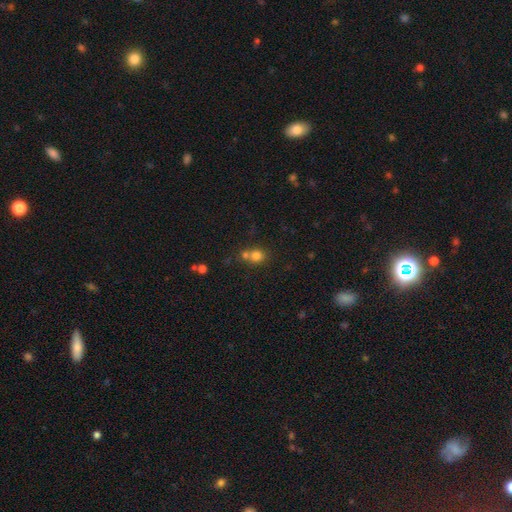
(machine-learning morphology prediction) Overall: smooth (77%). How rounded: round (82%). Merging: none (45%; merger 44%).